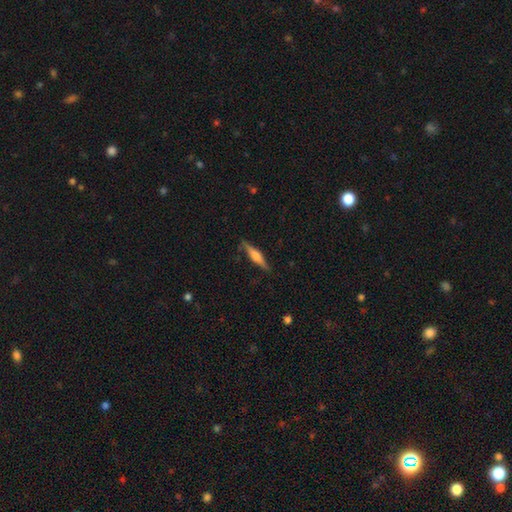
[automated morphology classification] Q: Smooth or featured?
A: featured or disk (55%); runner-up: smooth (39%)
Q: Edge-on disk?
A: yes (96%); runner-up: no (4%)
Q: Edge-on bulge?
A: rounded (72%); runner-up: boxy (21%)
Q: Merging?
A: none (83%); runner-up: minor disturbance (13%)